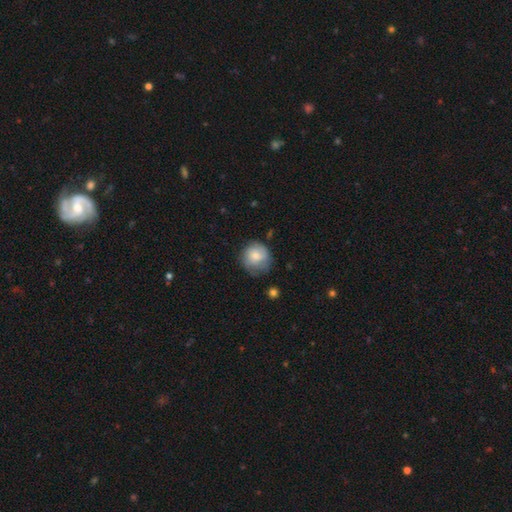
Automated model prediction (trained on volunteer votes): smooth-or-featured: smooth: 72% | featured or disk: 20% | star or artifact: 7%
  how-rounded: round: 87% | in between: 12% | cigar-shaped: 1%
  merging: none: 64% | minor disturbance: 26% | major disturbance: 9% | merger: 2%